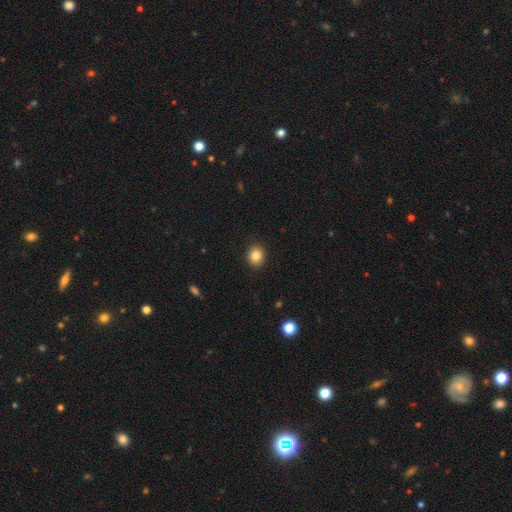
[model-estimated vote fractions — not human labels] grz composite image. It shows a smooth galaxy with no disk features (84%) that is round (67%). Merging: none (91%).